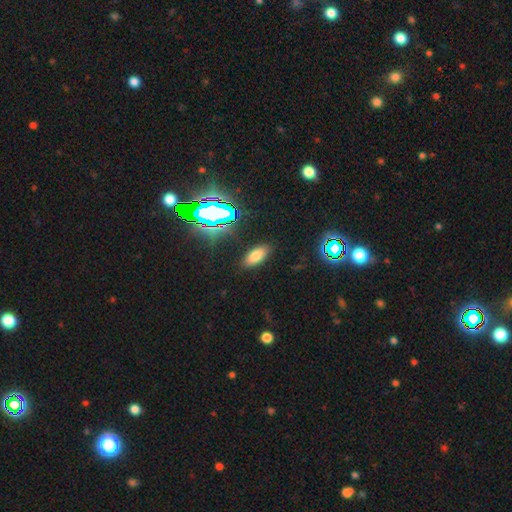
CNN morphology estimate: A smooth galaxy with no disk features (69%) that is in between round and cigar-shaped (85%).

Vote fractions:
- Smooth or featured? smooth: 69% / star or artifact: 21% / featured or disk: 11%
- How rounded? in between: 85% / cigar-shaped: 11% / round: 4%
- Merging? none: 87% / minor disturbance: 9% / major disturbance: 3% / merger: 2%